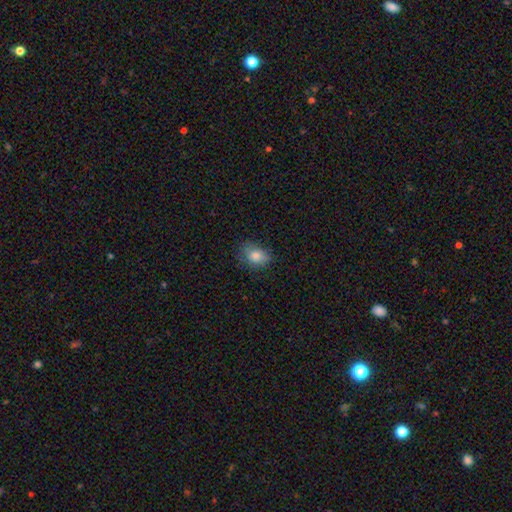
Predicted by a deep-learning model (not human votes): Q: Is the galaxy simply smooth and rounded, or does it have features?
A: smooth — 82%.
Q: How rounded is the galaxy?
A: in between — 68%.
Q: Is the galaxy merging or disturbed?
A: none — 73%.